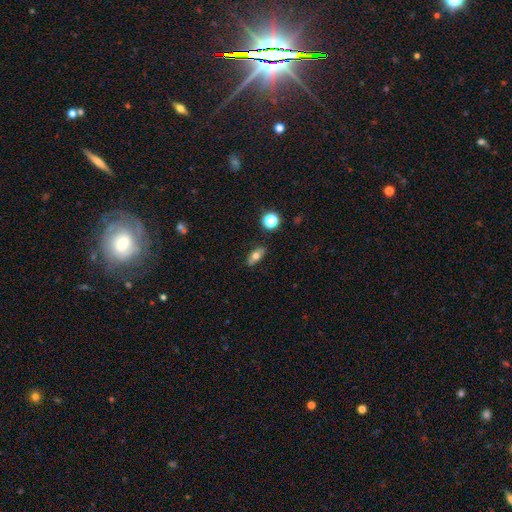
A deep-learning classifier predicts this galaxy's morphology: smooth 65%, featured or disk 25%, star or artifact 10%. Down the decision tree: how rounded — in between (75%); merging — none (84%).